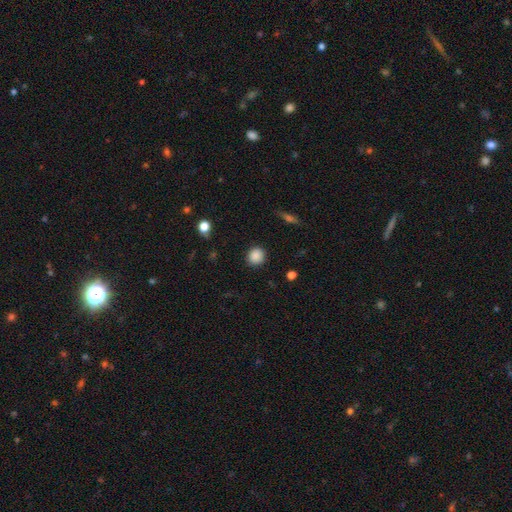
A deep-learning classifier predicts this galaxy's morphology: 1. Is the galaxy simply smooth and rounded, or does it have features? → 87% smooth, 9% star or artifact, 3% featured or disk.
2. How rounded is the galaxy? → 89% round, 10% in between, 1% cigar-shaped.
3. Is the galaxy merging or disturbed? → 89% none, 8% minor disturbance, 2% major disturbance, 1% merger.